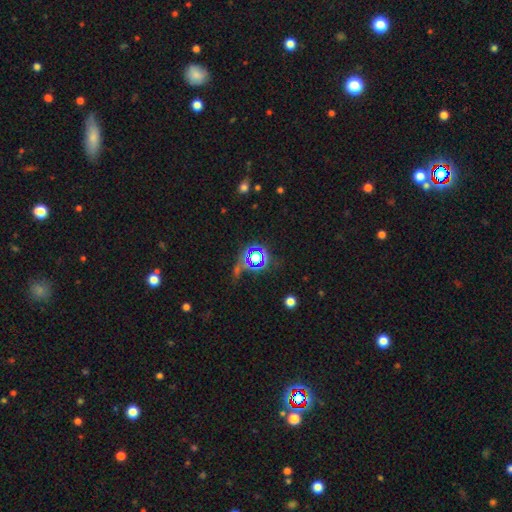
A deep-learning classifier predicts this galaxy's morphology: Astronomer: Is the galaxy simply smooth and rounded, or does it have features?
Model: star or artifact — 67%.